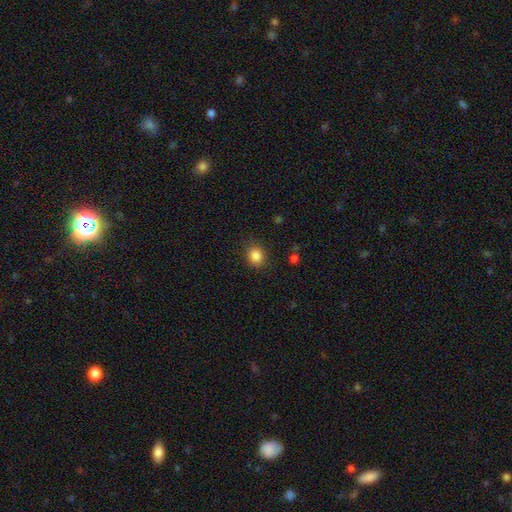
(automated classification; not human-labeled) The model was most divided on "how rounded": round: 74%, in between: 25%, cigar-shaped: 1%. More confident: smooth or featured — smooth (85%); merging — none (85%).